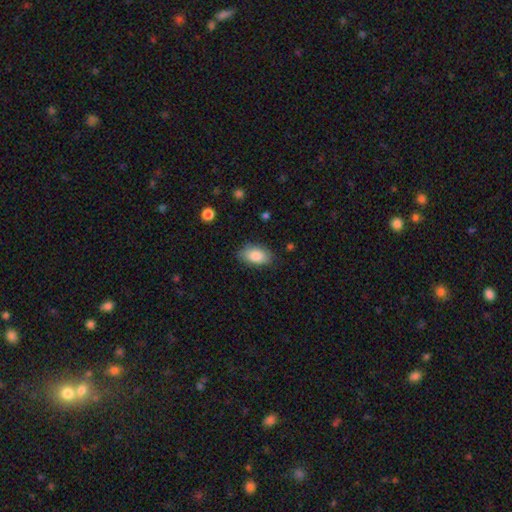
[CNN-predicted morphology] smooth 86%, featured or disk 7%, star or artifact 7%. Down the decision tree: how rounded — in between (93%); merging — none (82%).